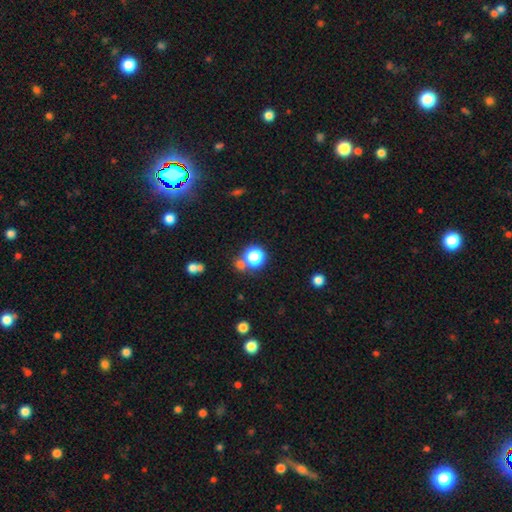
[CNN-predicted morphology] This appears to be a star or artifact, not a galaxy (66%).